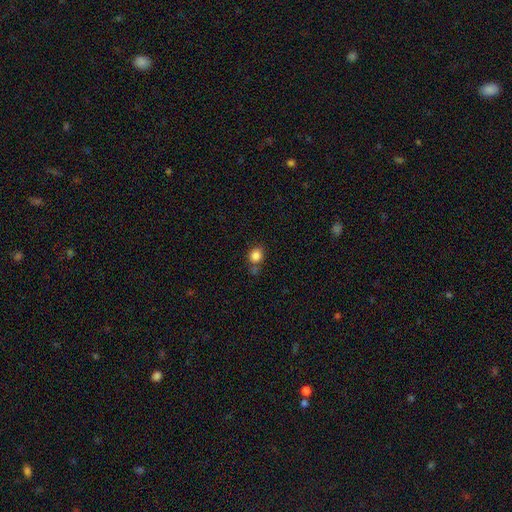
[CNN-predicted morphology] A smooth galaxy with no disk features (85%) that is round (71%).

Vote fractions:
- Smooth or featured? smooth: 85% / star or artifact: 11% / featured or disk: 5%
- How rounded? round: 71% / in between: 28% / cigar-shaped: 1%
- Merging? none: 64% / merger: 15% / minor disturbance: 15% / major disturbance: 5%